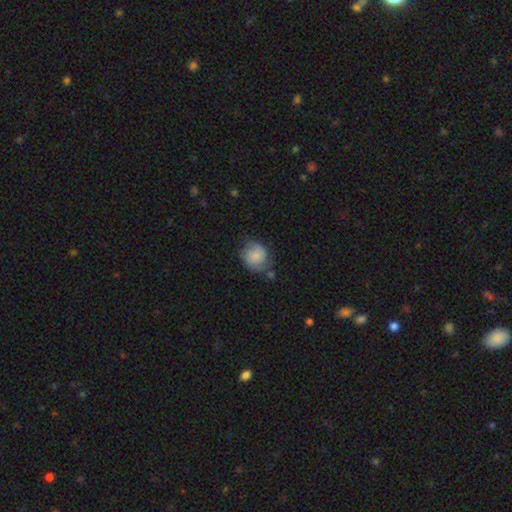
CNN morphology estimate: Smooth or featured?
  - smooth: 68% *
  - featured or disk: 24%
  - star or artifact: 8%
How rounded?
  - round: 74% *
  - in between: 25%
  - cigar-shaped: 1%
Merging?
  - none: 55% *
  - minor disturbance: 29%
  - major disturbance: 10%
  - merger: 6%